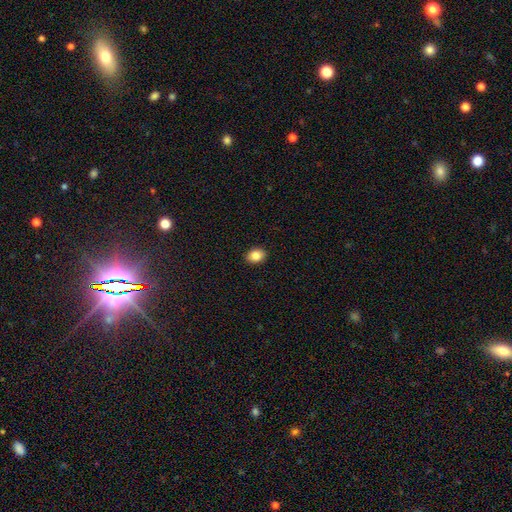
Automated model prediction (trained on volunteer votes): A smooth galaxy with no disk features (85%) that is in between round and cigar-shaped (69%). Merging: none (91%).